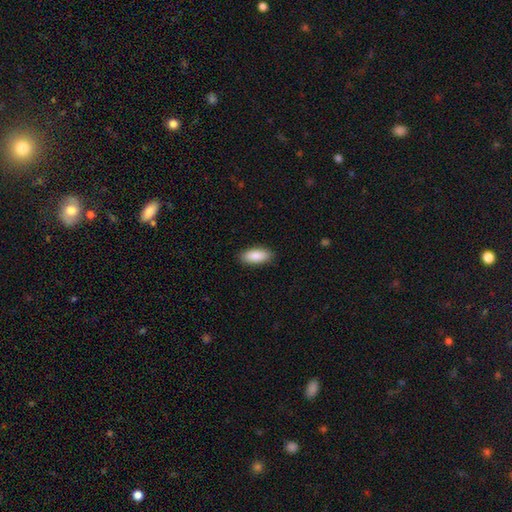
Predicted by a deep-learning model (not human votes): Overall: smooth (89%). How rounded: in between (87%). Merging: none (89%).